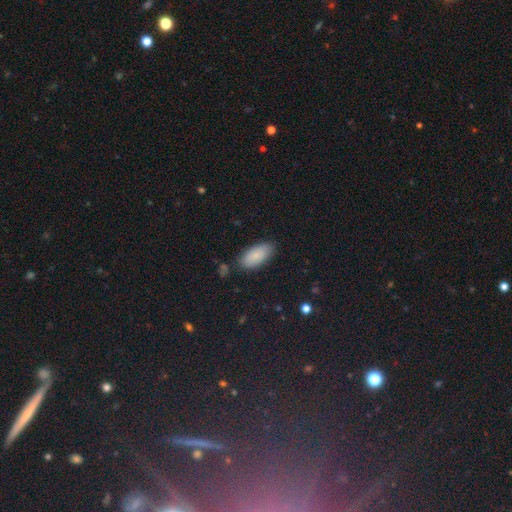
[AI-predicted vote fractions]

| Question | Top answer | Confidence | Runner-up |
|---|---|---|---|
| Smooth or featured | smooth | 84% | featured or disk (9%) |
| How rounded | in between | 90% | cigar-shaped (8%) |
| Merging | none | 82% | minor disturbance (13%) |